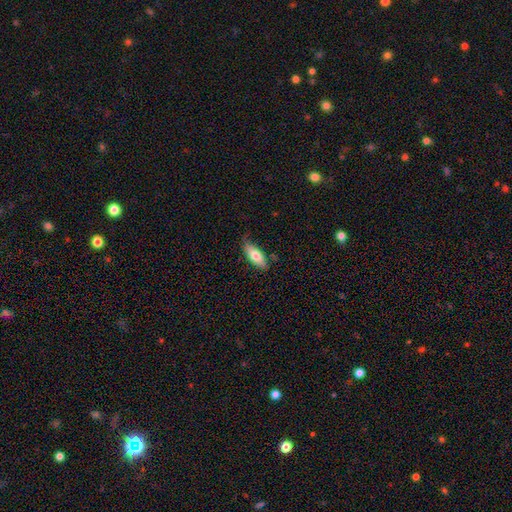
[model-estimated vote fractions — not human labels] A smooth galaxy with no disk features (74%) that is in between round and cigar-shaped (76%).

Vote fractions:
- Smooth or featured? smooth: 74% / featured or disk: 20% / star or artifact: 6%
- How rounded? in between: 76% / cigar-shaped: 22% / round: 2%
- Merging? none: 68% / minor disturbance: 26% / major disturbance: 4% / merger: 2%